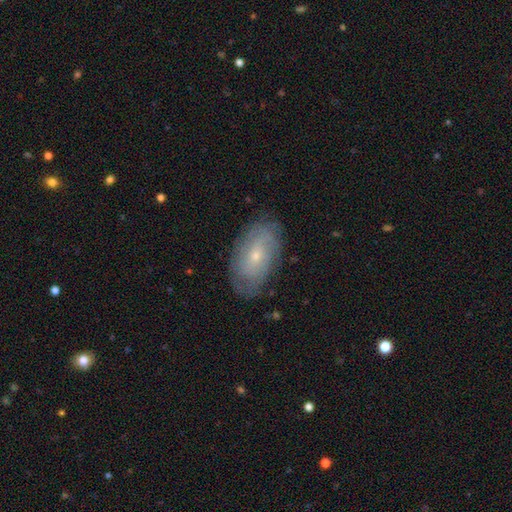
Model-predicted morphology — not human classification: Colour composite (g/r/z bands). It shows a featured or disk galaxy (63%) with no bar (75%), spiral arms (80%) and a small central bulge (72%). Merging: none (79%).